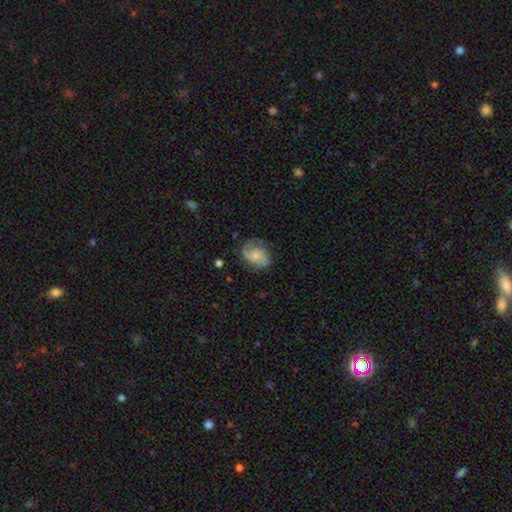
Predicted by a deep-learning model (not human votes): Q: Smooth or featured?
A: featured or disk (60%); runner-up: smooth (32%)
Q: Edge-on disk?
A: no (98%); runner-up: yes (2%)
Q: Bar?
A: no (66%); runner-up: weak (29%)
Q: Spiral arms?
A: yes (91%); runner-up: no (9%)
Q: Spiral winding?
A: medium (46%); runner-up: tight (28%)
Q: Spiral arm count?
A: 2 (78%); runner-up: can't tell (10%)
Q: Bulge size?
A: small (45%); runner-up: moderate (27%)
Q: Merging?
A: none (67%); runner-up: minor disturbance (22%)